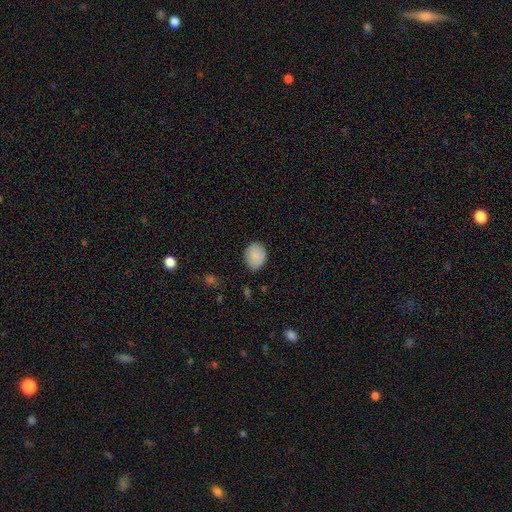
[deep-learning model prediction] A smooth galaxy with no disk features (87%) that is in between round and cigar-shaped (53%).

Vote fractions:
- Smooth or featured? smooth: 87% / star or artifact: 7% / featured or disk: 6%
- How rounded? in between: 53% / round: 46% / cigar-shaped: 1%
- Merging? none: 79% / minor disturbance: 17% / major disturbance: 3% / merger: 1%